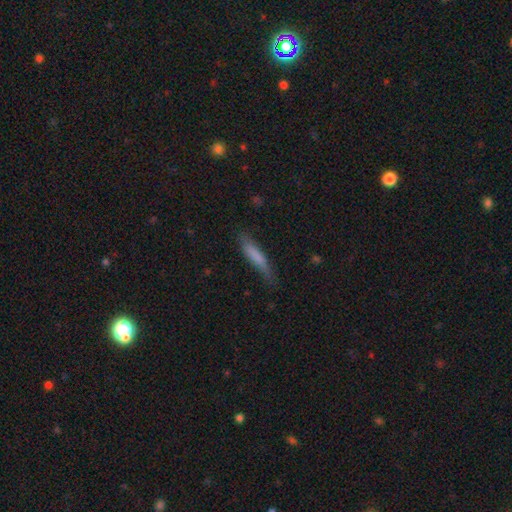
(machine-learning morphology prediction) This appears to be a smooth galaxy with no disk features (74%) that is cigar-shaped (87%). Merging: none (69%).